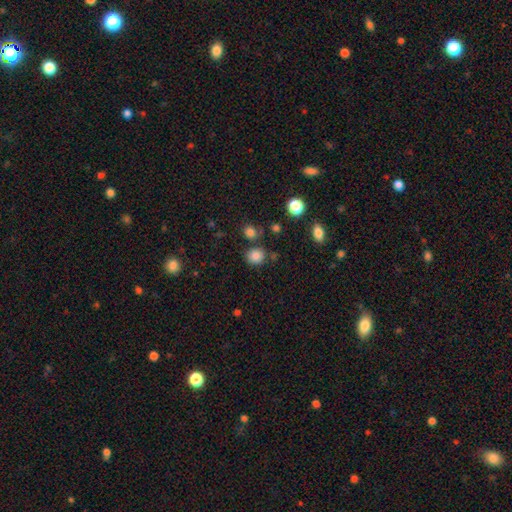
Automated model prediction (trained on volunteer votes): This appears to be a smooth galaxy with no disk features (83%) that is round (82%). Merging: none (78%).